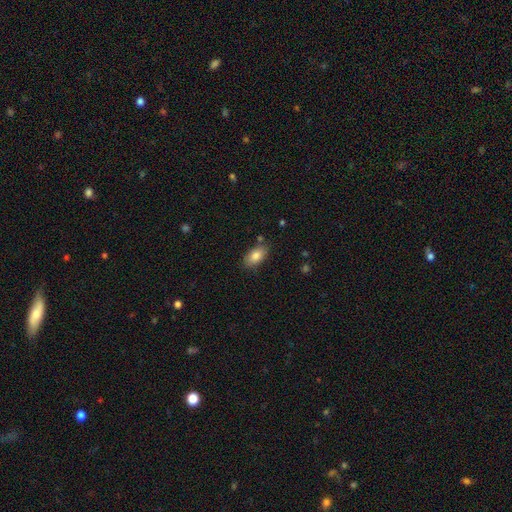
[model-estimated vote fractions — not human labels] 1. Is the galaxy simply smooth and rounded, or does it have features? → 83% smooth, 10% featured or disk, 8% star or artifact.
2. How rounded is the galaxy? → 91% in between, 5% round, 3% cigar-shaped.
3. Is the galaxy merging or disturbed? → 80% none, 14% minor disturbance, 4% merger, 3% major disturbance.